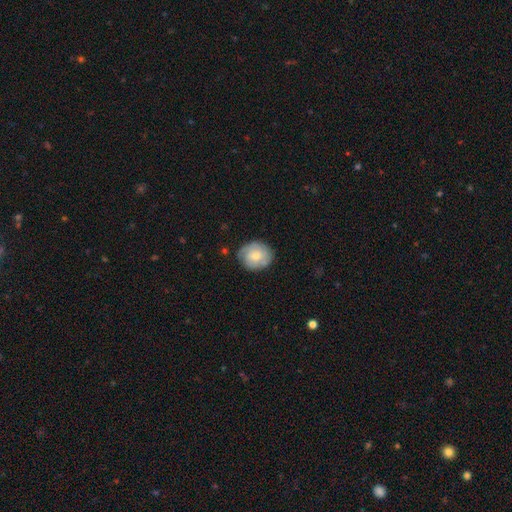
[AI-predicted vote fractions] The model was most divided on "smooth or featured": smooth: 56%, featured or disk: 38%, star or artifact: 7%. More confident: how rounded — round (73%); merging — none (71%).